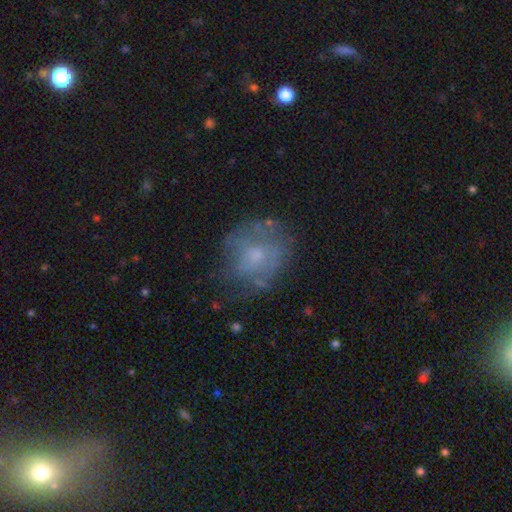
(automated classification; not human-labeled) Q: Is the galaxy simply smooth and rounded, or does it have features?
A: smooth — 46%.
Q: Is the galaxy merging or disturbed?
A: none — 60%.